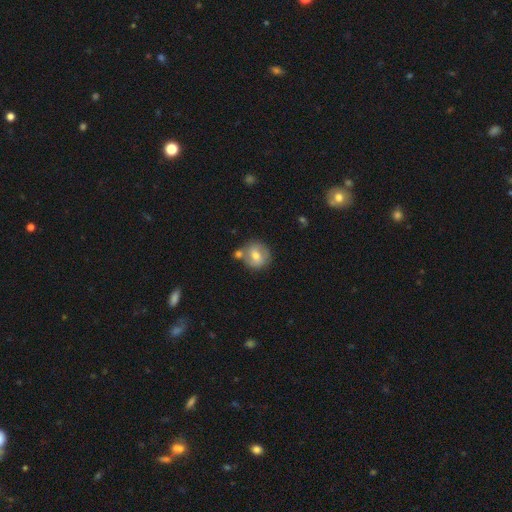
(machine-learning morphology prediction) Smooth or featured? smooth (63%)
How rounded? round (84%)
Merging? none (59%)